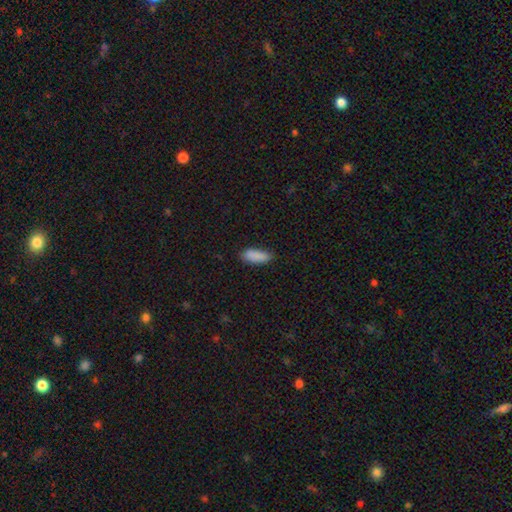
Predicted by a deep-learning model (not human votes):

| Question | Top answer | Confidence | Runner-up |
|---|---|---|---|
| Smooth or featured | smooth | 88% | star or artifact (7%) |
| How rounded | in between | 71% | cigar-shaped (27%) |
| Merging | none | 79% | minor disturbance (17%) |